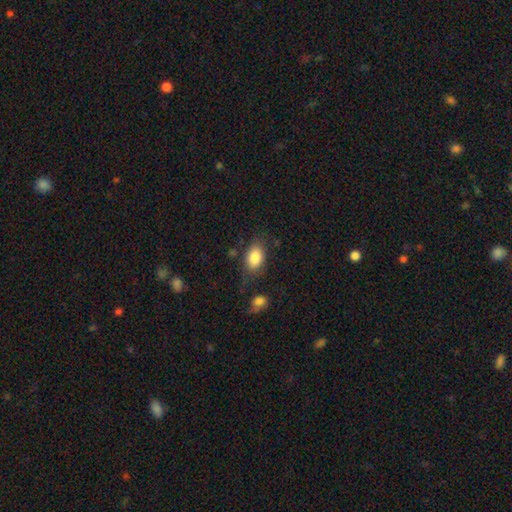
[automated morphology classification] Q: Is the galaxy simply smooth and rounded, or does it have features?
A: smooth — 84%.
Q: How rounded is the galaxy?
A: in between — 87%.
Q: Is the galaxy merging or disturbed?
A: none — 70%.